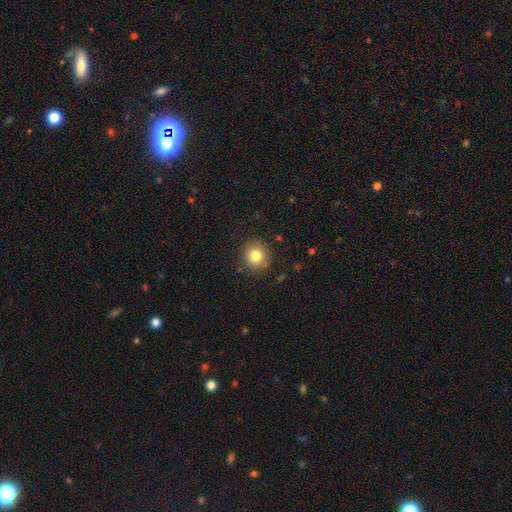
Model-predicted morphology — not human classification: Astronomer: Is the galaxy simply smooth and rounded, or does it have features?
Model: smooth — 81%.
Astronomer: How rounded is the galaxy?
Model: round — 91%.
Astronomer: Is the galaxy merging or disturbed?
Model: none — 88%.